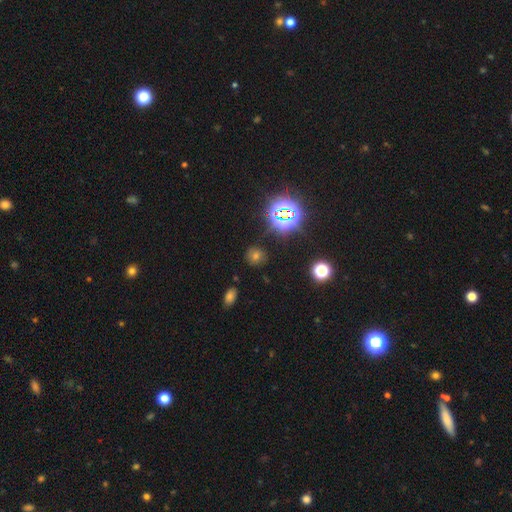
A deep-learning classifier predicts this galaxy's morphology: Smooth or featured: star or artifact — 46% (smooth — 43%)